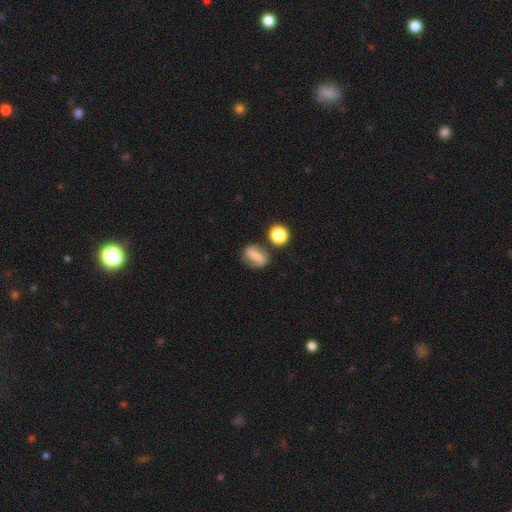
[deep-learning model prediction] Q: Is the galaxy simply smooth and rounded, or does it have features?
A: smooth — 57%.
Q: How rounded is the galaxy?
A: in between — 58%.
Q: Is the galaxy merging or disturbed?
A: none — 69%.